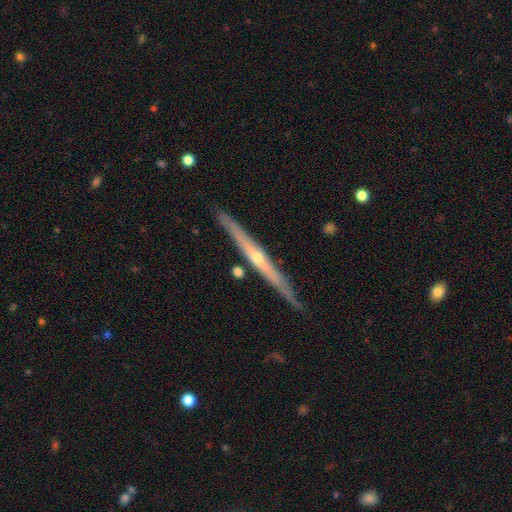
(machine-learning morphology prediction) Overall: featured or disk (77%). Edge-on disk: yes (97%). Edge-on bulge: rounded (69%; none 29%). Merging: none (87%).